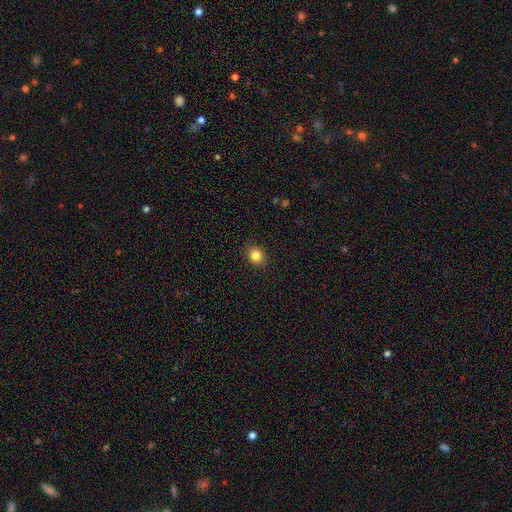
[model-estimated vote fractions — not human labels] This appears to be a smooth galaxy with no disk features (84%) that is round (77%). Merging: none (90%).